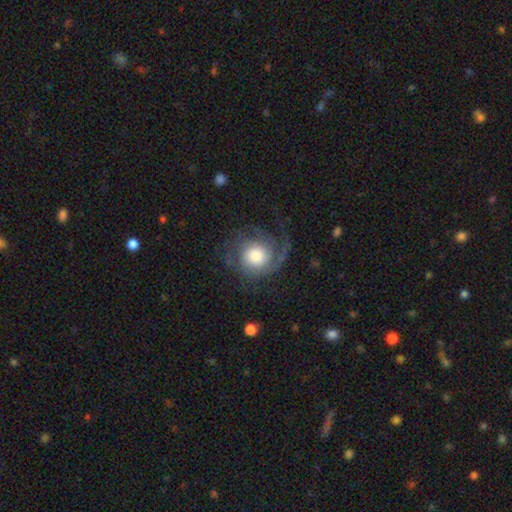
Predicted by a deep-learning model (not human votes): This appears to be a featured or disk galaxy (74%) with no bar (78%), 2 (37%) medium (41%) spiral arms (94%) and a large central bulge (52%). Merging: none (62%).